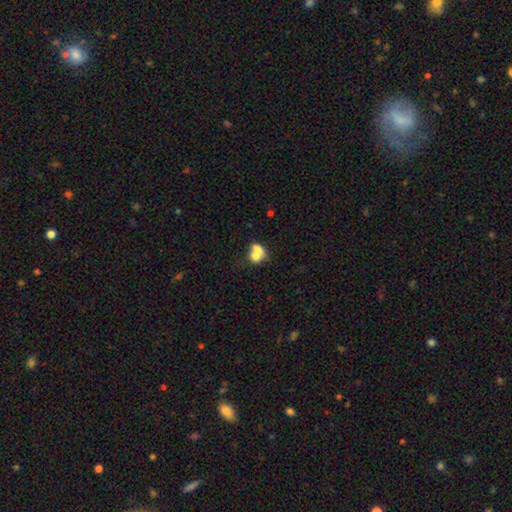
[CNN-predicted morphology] Smooth or featured: smooth — 65% (featured or disk — 25%)
How rounded: in between — 50% (round — 48%)
Merging: merger — 66% (none — 21%)